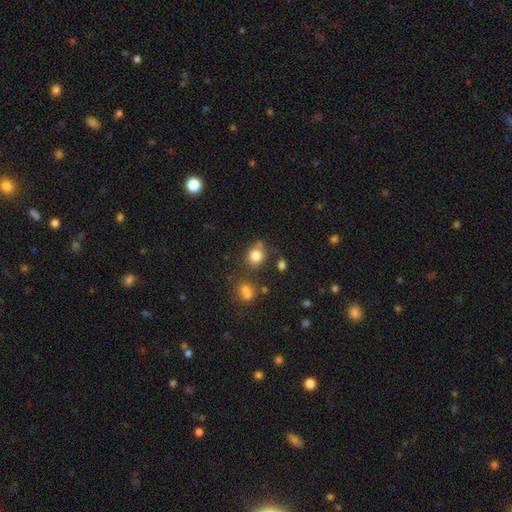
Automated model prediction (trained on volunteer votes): Morphology: type=smooth (81%); roundness=round (72%); merging=none (68%).